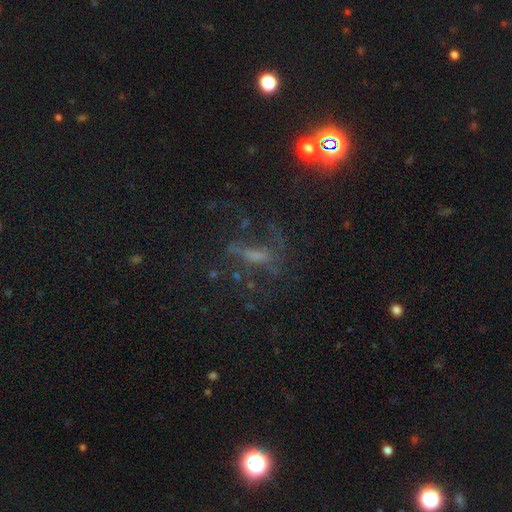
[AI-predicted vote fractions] Smooth or featured? Predicted: featured or disk (p=0.50). Edge-on disk? Predicted: no (p=0.82). Merging? Predicted: none (p=0.49).